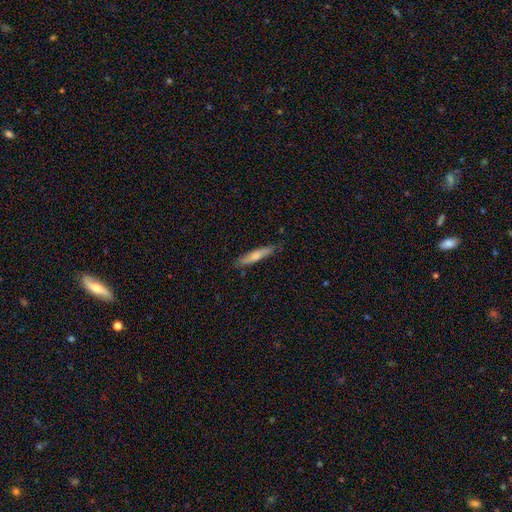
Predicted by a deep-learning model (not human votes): This appears to be a smooth galaxy with no disk features (69%) that is cigar-shaped (87%). Merging: none (82%).